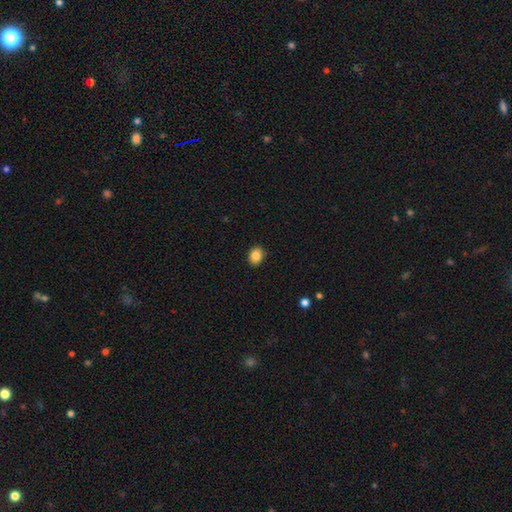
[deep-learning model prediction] Overall: smooth (86%). How rounded: round (55%; in between 44%). Merging: none (86%).